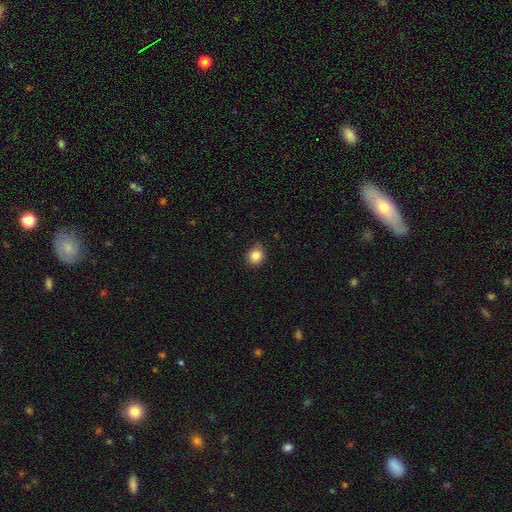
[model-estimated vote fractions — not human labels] Smooth or featured? smooth (86%)
How rounded? round (76%)
Merging? none (84%)